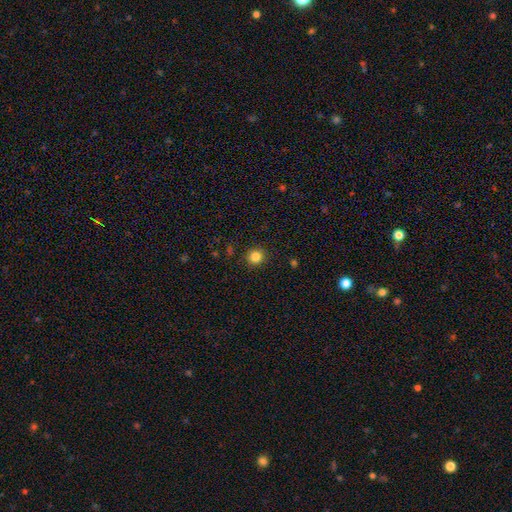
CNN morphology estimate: Overall: smooth (84%). How rounded: round (92%). Merging: none (90%).